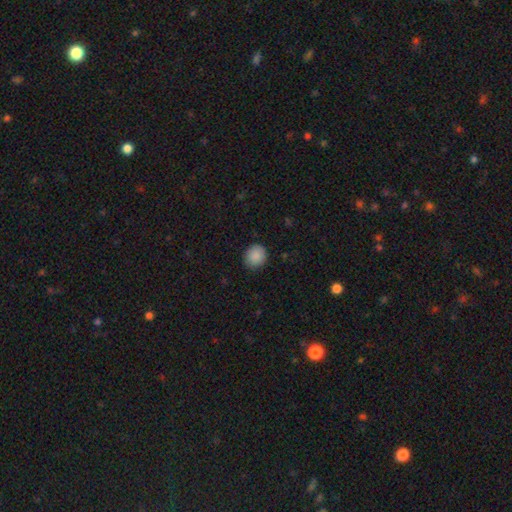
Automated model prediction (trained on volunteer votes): A smooth galaxy with no disk features (89%) that is round (86%).

Vote fractions:
- Smooth or featured? smooth: 89% / star or artifact: 8% / featured or disk: 3%
- How rounded? round: 86% / in between: 13% / cigar-shaped: 1%
- Merging? none: 89% / minor disturbance: 8% / major disturbance: 2% / merger: 1%